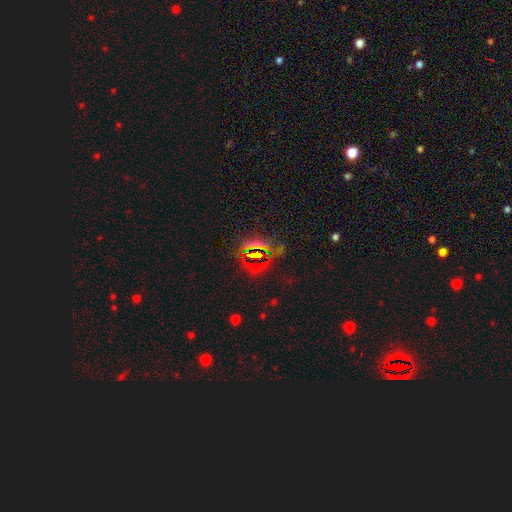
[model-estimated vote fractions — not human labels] star or artifact 69%, smooth 20%, featured or disk 11%.